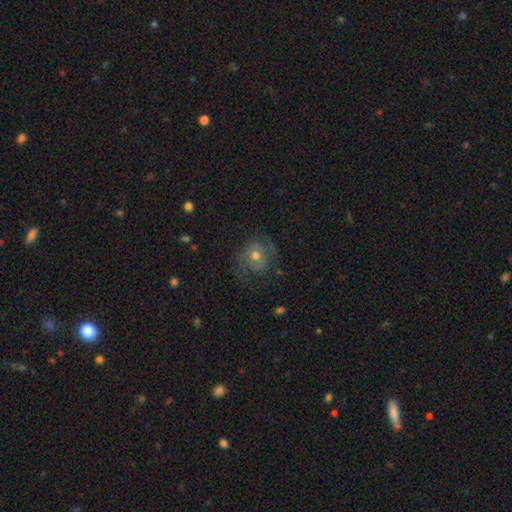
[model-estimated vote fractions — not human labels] Overall: featured or disk (57%; smooth 31%). Edge-on disk: no (97%). Bar: no (78%). Spiral arms: yes (71%). Bulge size: moderate (67%). Merging: none (62%).